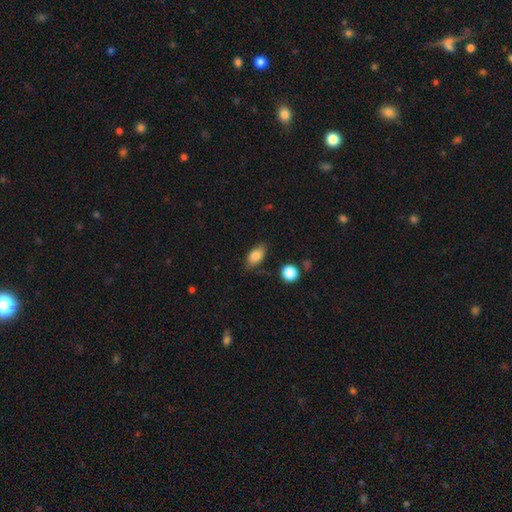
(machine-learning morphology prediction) The model was most divided on "merging": none: 80%, minor disturbance: 15%, major disturbance: 3%, merger: 2%. More confident: how rounded — in between (88%); smooth or featured — smooth (83%).